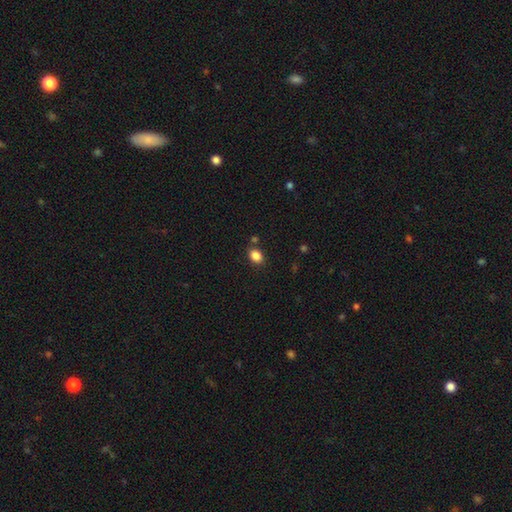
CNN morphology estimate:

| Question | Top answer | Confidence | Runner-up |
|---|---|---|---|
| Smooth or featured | smooth | 86% | star or artifact (10%) |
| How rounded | in between | 70% | round (29%) |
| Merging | none | 80% | minor disturbance (11%) |